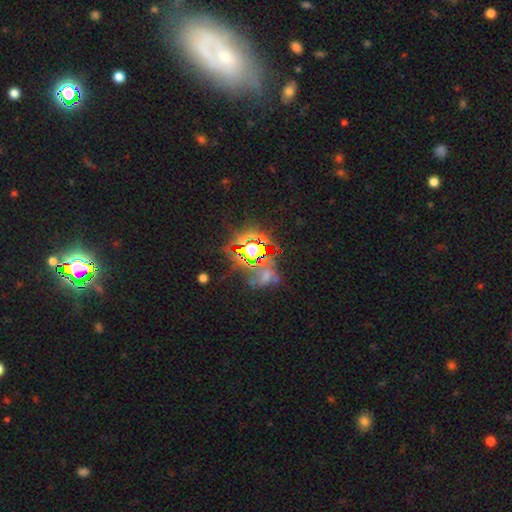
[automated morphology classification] Smooth or featured: star or artifact — 76% (smooth — 14%)